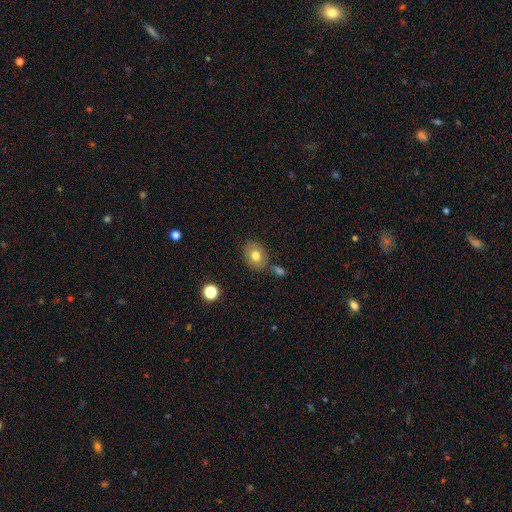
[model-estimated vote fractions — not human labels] smooth_or_featured: smooth (p=0.77) [alt: featured or disk p=0.14]
how_rounded: in between (p=0.50) [alt: round p=0.49]
merging: none (p=0.76) [alt: minor disturbance p=0.13]